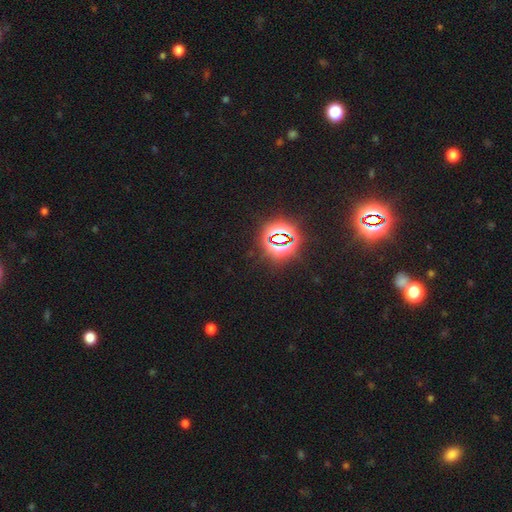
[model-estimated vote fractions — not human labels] Smooth or featured? Predicted: star or artifact (p=0.83).